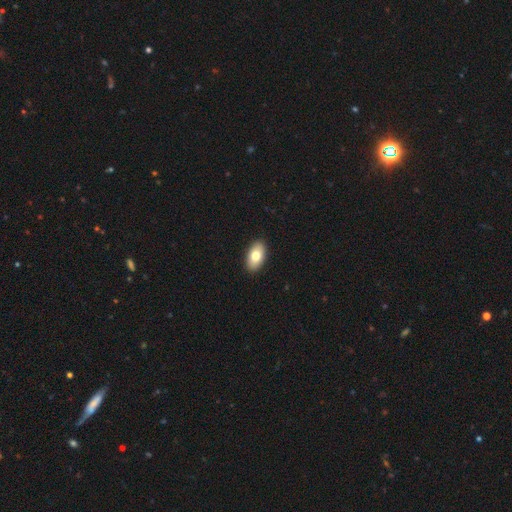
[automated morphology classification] type=smooth (76%); roundness=in between (93%); merging=none (91%).